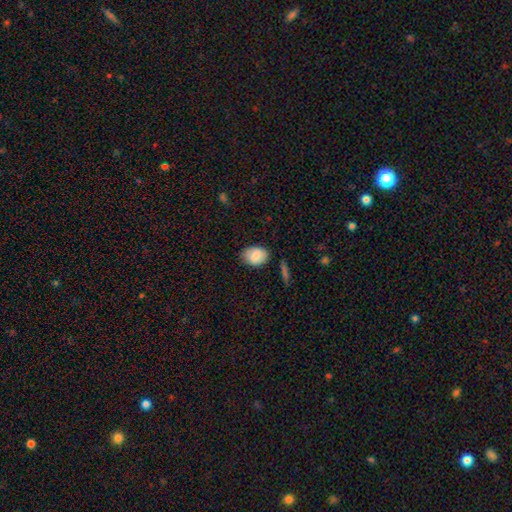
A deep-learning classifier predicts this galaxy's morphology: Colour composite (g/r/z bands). It shows a smooth galaxy with no disk features (83%) that is in between round and cigar-shaped (73%). Merging: none (78%).